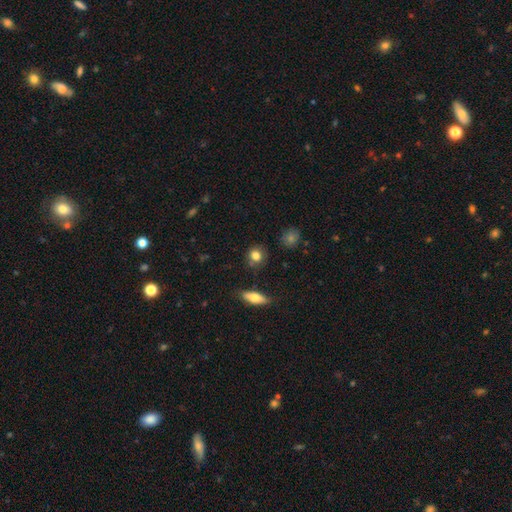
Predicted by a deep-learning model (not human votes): Smooth or featured: smooth — 82% (star or artifact — 10%)
How rounded: round — 77% (in between — 21%)
Merging: none — 81% (minor disturbance — 12%)